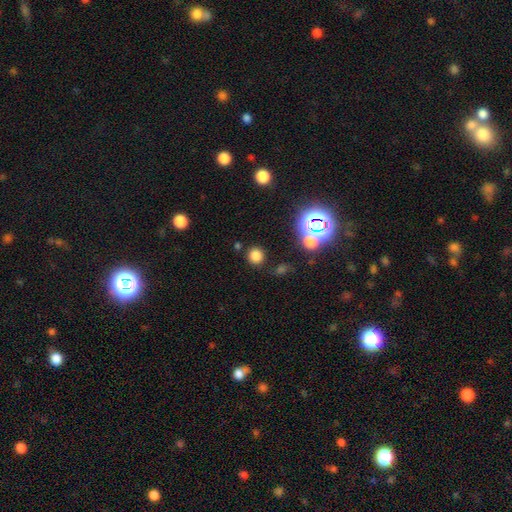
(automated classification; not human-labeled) Smooth or featured? smooth (75%)
How rounded? round (88%)
Merging? none (84%)